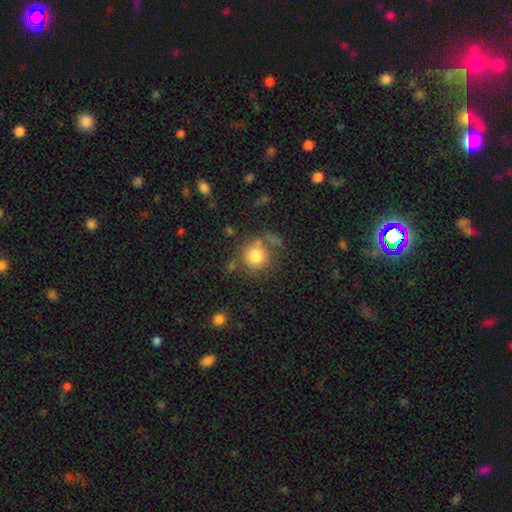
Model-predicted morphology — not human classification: The model was most divided on "merging": none: 64%, minor disturbance: 16%, merger: 12%, major disturbance: 8%. More confident: how rounded — round (90%); smooth or featured — smooth (80%).